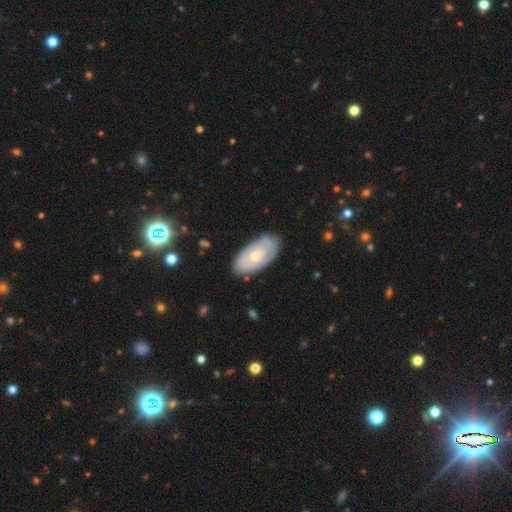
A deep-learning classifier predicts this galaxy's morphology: Smooth or featured?
  - featured or disk: 50% *
  - smooth: 44%
  - star or artifact: 6%
Edge-on disk?
  - no: 90% *
  - yes: 10%
Merging?
  - none: 77% *
  - minor disturbance: 17%
  - major disturbance: 4%
  - merger: 2%